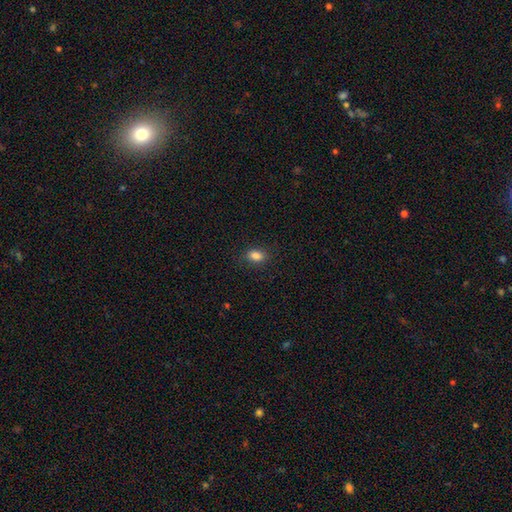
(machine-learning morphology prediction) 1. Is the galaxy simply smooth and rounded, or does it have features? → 86% smooth, 10% star or artifact, 5% featured or disk.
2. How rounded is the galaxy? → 80% in between, 18% round, 2% cigar-shaped.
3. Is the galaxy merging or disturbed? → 86% none, 10% minor disturbance, 3% major disturbance, 1% merger.